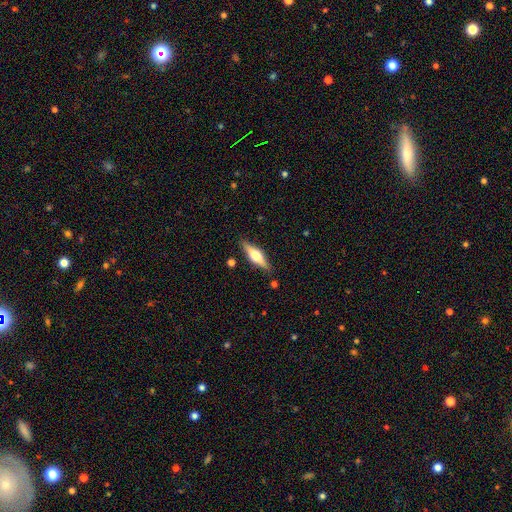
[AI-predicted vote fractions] Smooth or featured?
  - featured or disk: 60% *
  - smooth: 34%
  - star or artifact: 6%
Edge-on disk?
  - yes: 95% *
  - no: 5%
Edge-on bulge?
  - rounded: 93% *
  - boxy: 5%
  - none: 2%
Merging?
  - none: 87% *
  - minor disturbance: 9%
  - major disturbance: 2%
  - merger: 2%